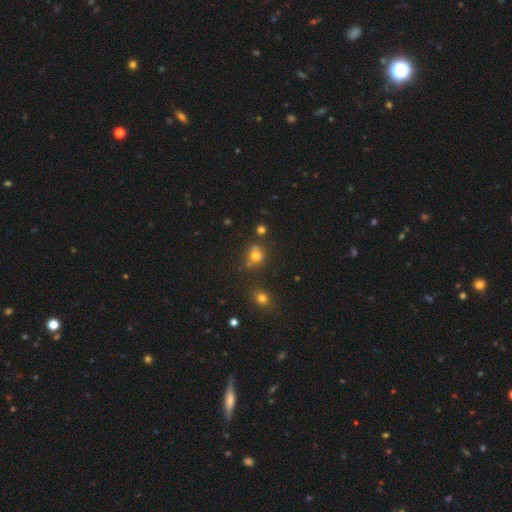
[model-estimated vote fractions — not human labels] Smooth or featured?
  - smooth: 69% *
  - star or artifact: 20%
  - featured or disk: 12%
How rounded?
  - round: 80% *
  - in between: 19%
  - cigar-shaped: 1%
Merging?
  - none: 56% *
  - merger: 26%
  - minor disturbance: 13%
  - major disturbance: 5%